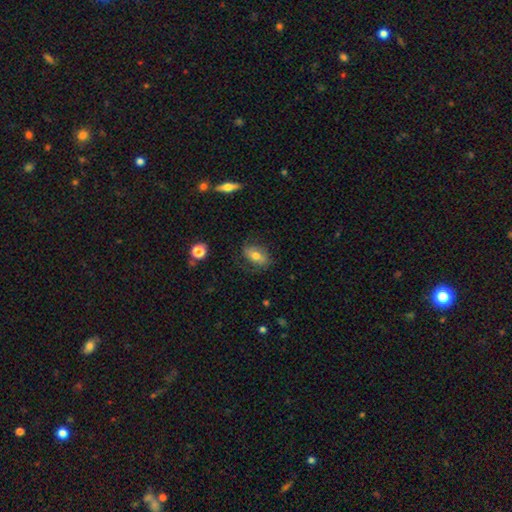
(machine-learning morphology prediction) Overall: smooth (62%; featured or disk 29%). How rounded: in between (86%). Merging: none (72%).